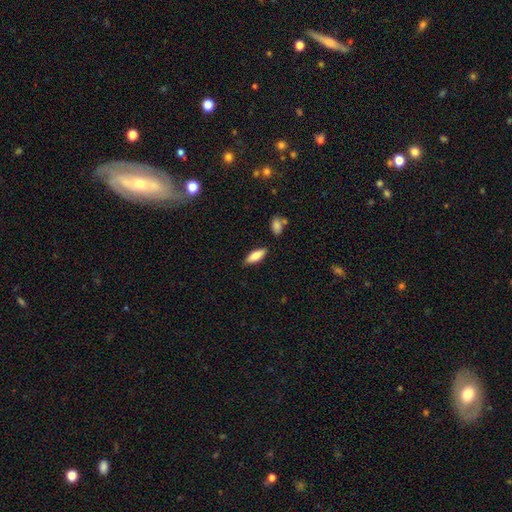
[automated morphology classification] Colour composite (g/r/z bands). It shows a smooth galaxy with no disk features (76%) that is in between round and cigar-shaped (66%). Merging: none (83%).